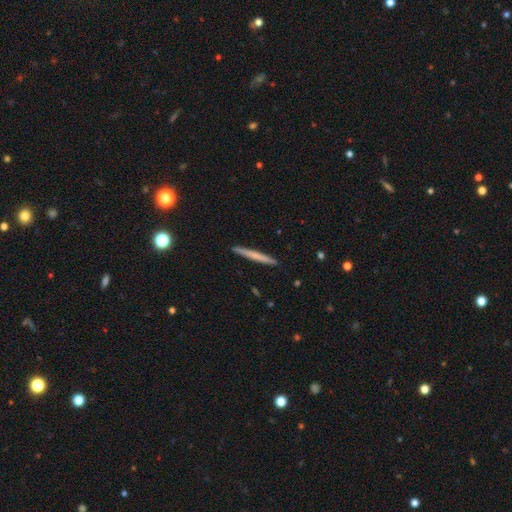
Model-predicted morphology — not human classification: type=smooth (55%); roundness=cigar-shaped (97%); merging=none (92%).